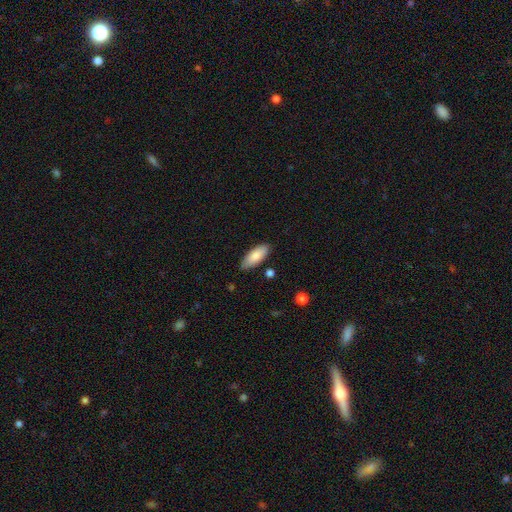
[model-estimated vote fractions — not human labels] The model was most divided on "how rounded": in between: 80%, cigar-shaped: 18%, round: 2%. More confident: smooth or featured — smooth (84%); merging — none (81%).